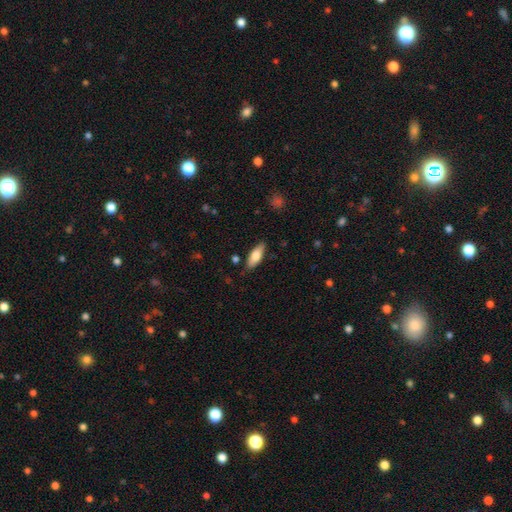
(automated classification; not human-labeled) Morphology: type=smooth (73%); roundness=in between (71%); merging=none (83%).